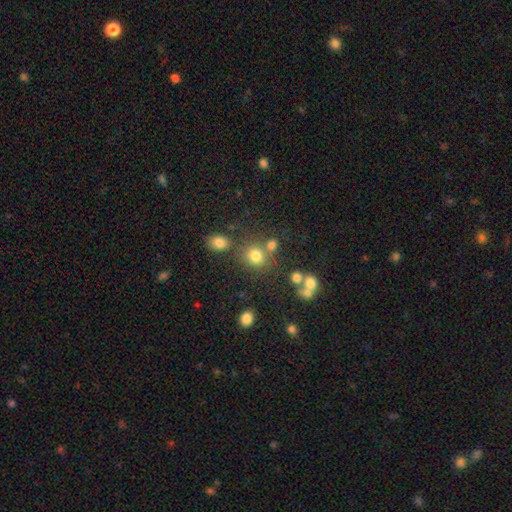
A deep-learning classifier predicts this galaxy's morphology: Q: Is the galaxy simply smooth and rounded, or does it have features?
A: smooth — 76%.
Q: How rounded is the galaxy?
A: round — 78%.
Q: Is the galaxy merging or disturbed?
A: none — 62%.